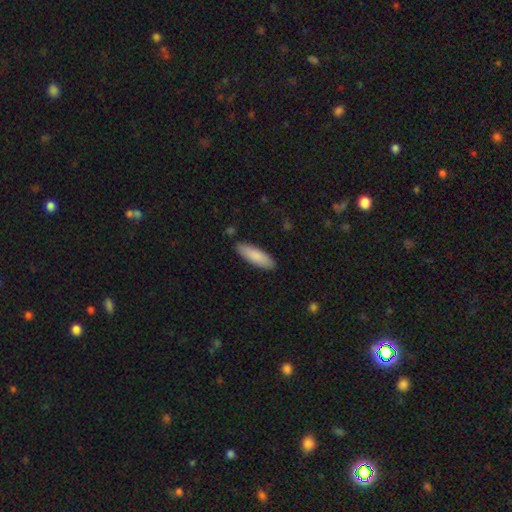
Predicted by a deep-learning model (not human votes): smooth_or_featured: smooth (p=0.85) [alt: featured or disk p=0.09]
how_rounded: cigar-shaped (p=0.50) [alt: in between p=0.48]
merging: none (p=0.87) [alt: minor disturbance p=0.09]